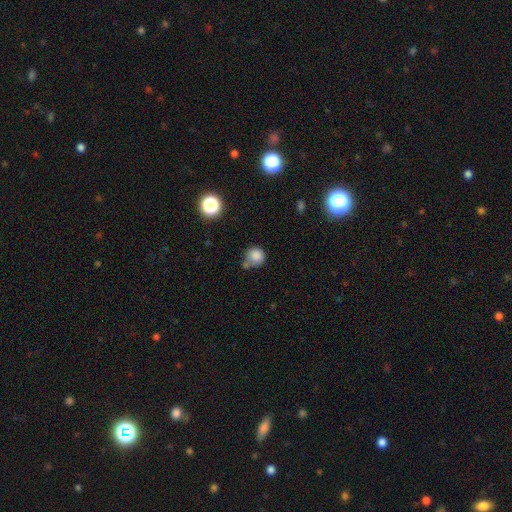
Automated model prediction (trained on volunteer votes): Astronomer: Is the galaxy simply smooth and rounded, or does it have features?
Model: smooth — 82%.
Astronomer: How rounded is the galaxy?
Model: round — 89%.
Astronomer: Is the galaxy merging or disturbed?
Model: none — 53%.